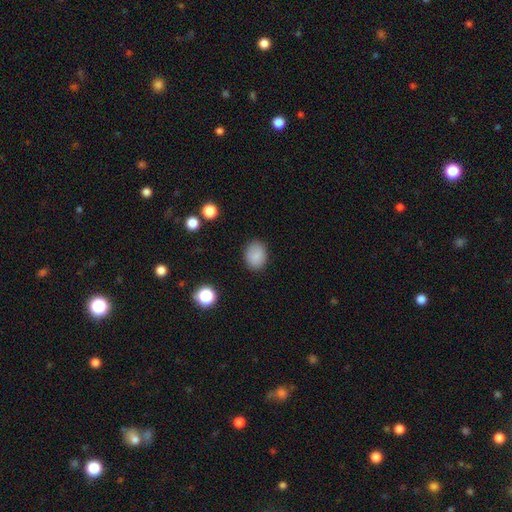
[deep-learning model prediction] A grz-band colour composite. It shows a smooth galaxy with no disk features (85%) that is in between round and cigar-shaped (58%). Merging: none (86%).